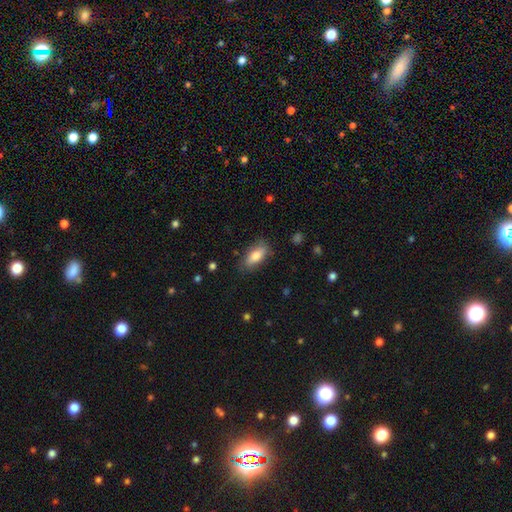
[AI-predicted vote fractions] This is likely a smooth galaxy (80%). How rounded: likely in between (78%). Merging: likely none (79%).